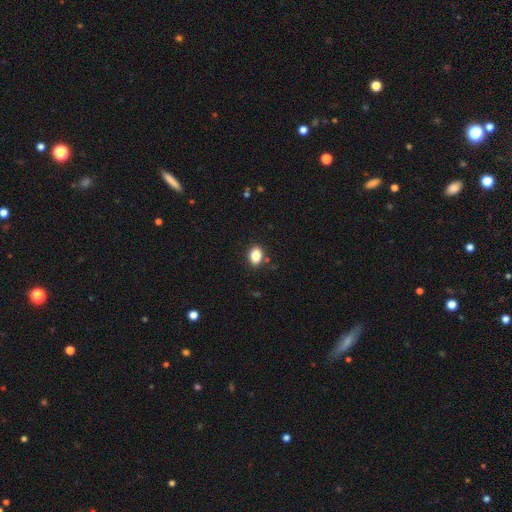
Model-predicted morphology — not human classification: smooth_or_featured: smooth (p=0.85) [alt: star or artifact p=0.09]
how_rounded: in between (p=0.76) [alt: round p=0.23]
merging: none (p=0.85) [alt: minor disturbance p=0.10]